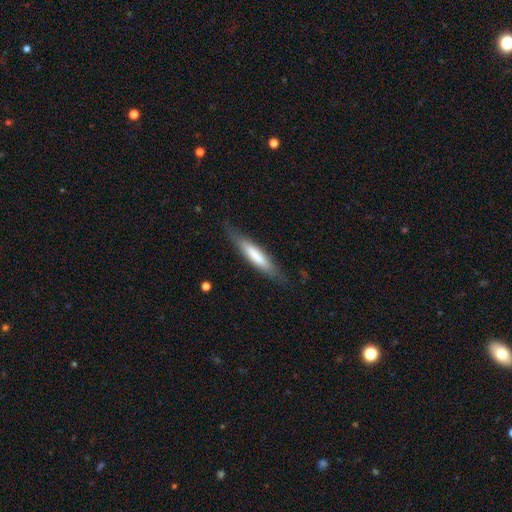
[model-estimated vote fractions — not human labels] Overall: smooth (62%; featured or disk 33%). How rounded: cigar-shaped (84%). Merging: none (79%).